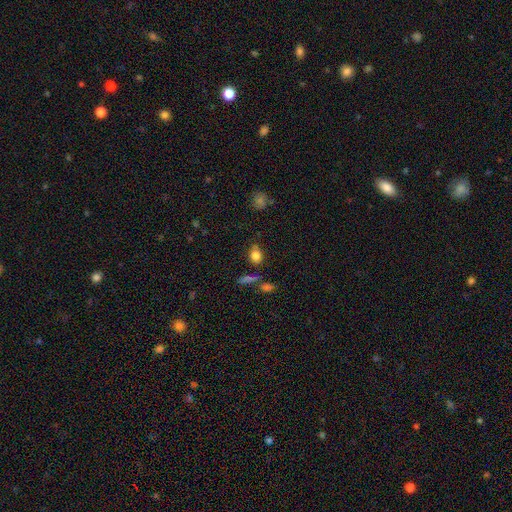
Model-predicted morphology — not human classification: Q: Smooth or featured?
A: smooth (80%); runner-up: star or artifact (12%)
Q: How rounded?
A: round (50%); runner-up: in between (47%)
Q: Merging?
A: none (70%); runner-up: minor disturbance (17%)